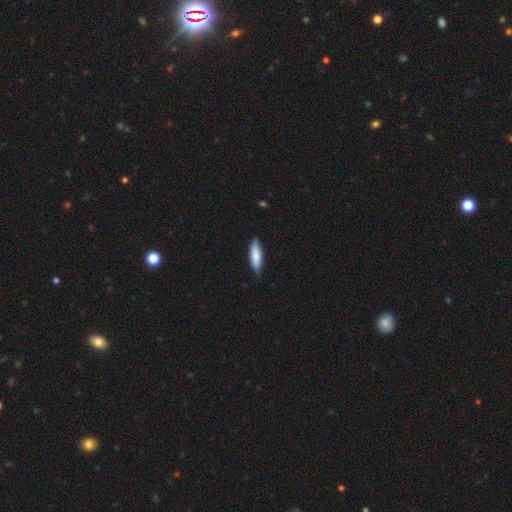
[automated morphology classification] smooth-or-featured: smooth: 80% | featured or disk: 15% | star or artifact: 5%
  how-rounded: cigar-shaped: 56% | in between: 42% | round: 2%
  merging: none: 82% | minor disturbance: 15% | major disturbance: 2% | merger: 1%